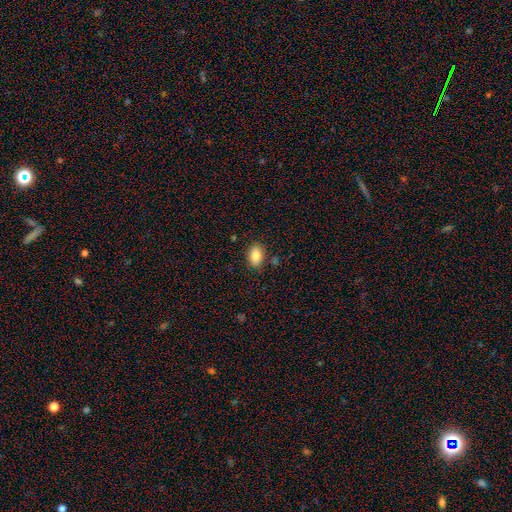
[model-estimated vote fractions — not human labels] Smooth or featured: smooth — 85% (star or artifact — 8%)
How rounded: in between — 87% (round — 12%)
Merging: none — 85% (minor disturbance — 10%)